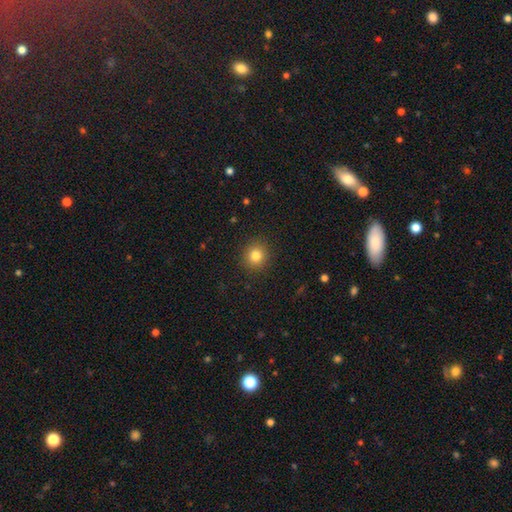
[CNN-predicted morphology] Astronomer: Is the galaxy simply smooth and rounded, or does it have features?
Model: smooth — 82%.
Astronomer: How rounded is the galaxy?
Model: round — 90%.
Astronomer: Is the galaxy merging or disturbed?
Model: none — 91%.